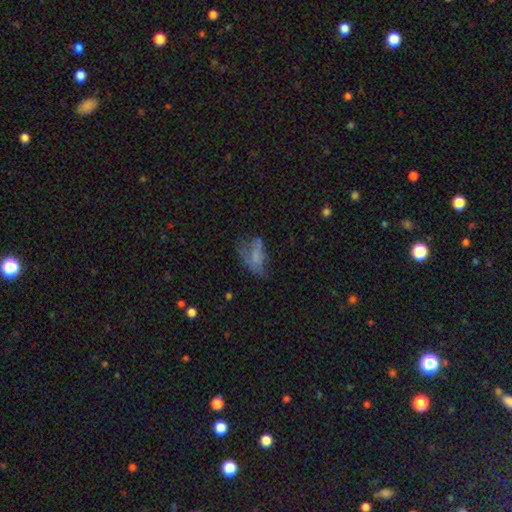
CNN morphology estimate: Overall: smooth (49%; featured or disk 34%). Merging: major disturbance (42%; none 29%).